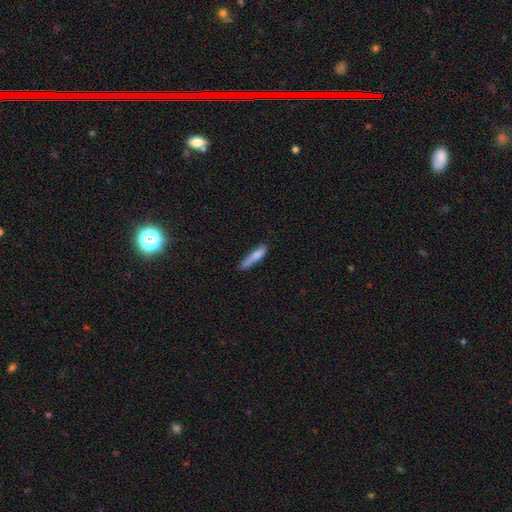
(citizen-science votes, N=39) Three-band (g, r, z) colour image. It shows a smooth galaxy with no disk features (79%) that is cigar-shaped (90%). Merging: none (61%).